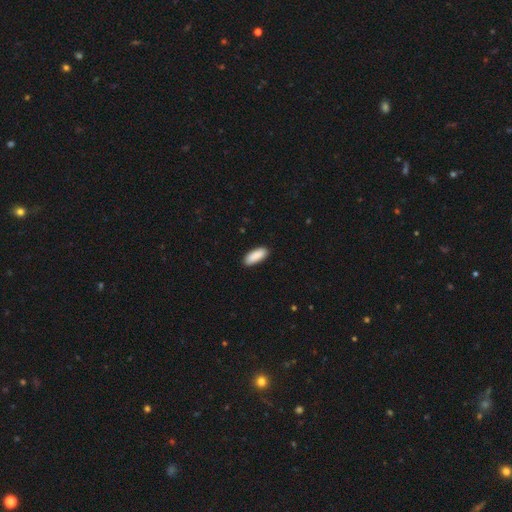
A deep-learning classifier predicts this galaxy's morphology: Overall: smooth (91%). How rounded: in between (79%). Merging: none (89%).